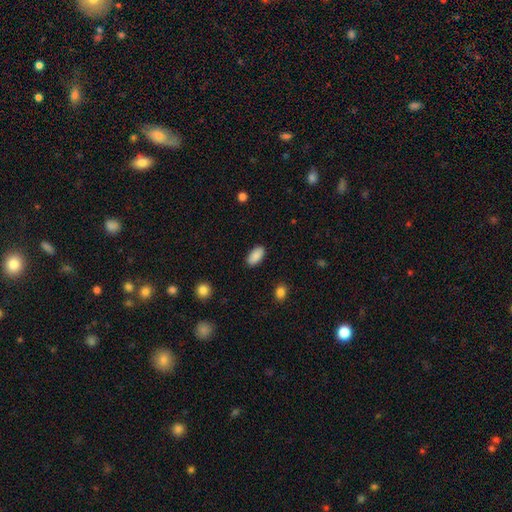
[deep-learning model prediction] smooth-or-featured: smooth: 90% | star or artifact: 7% | featured or disk: 3%
  how-rounded: in between: 93% | cigar-shaped: 4% | round: 3%
  merging: none: 89% | minor disturbance: 8% | major disturbance: 2% | merger: 1%